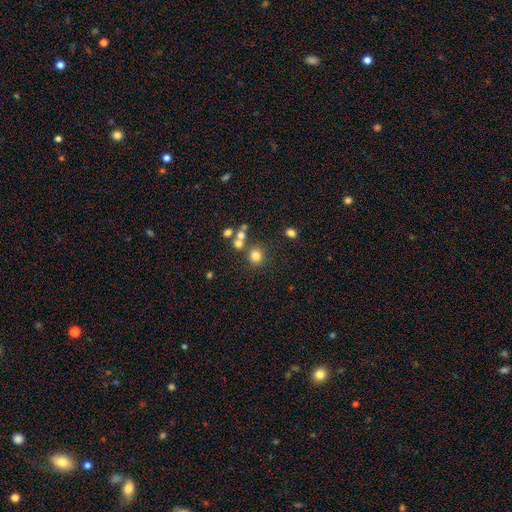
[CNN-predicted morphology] The model was most divided on "merging": none: 69%, merger: 17%, minor disturbance: 9%, major disturbance: 4%. More confident: how rounded — round (89%); smooth or featured — smooth (75%).